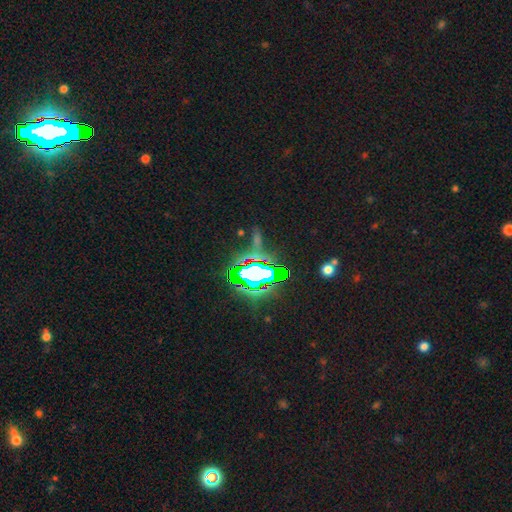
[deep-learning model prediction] Smooth or featured: star or artifact — 83% (smooth — 9%)